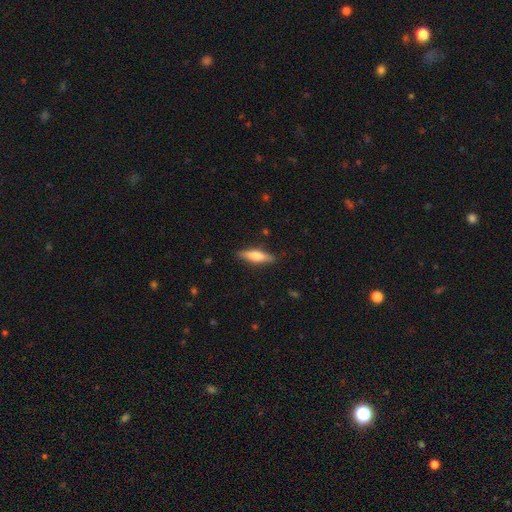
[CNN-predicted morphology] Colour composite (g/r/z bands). It shows a smooth galaxy with no disk features (63%) that is cigar-shaped (65%). Merging: none (87%).